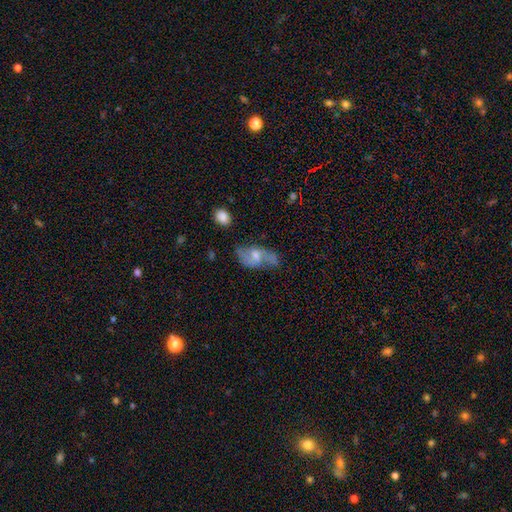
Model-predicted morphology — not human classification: smooth-or-featured: featured or disk: 66% | smooth: 25% | star or artifact: 8%
  disk-edge-on: no: 92% | yes: 8%
    bar: no: 49% | weak: 40% | strong: 11%
    has-spiral-arms: yes: 82% | no: 18%
    bulge-size: moderate: 55% | small: 33% | large: 6% | none: 5% | dominant: 1%
  merging: none: 58% | minor disturbance: 25% | major disturbance: 13% | merger: 4%